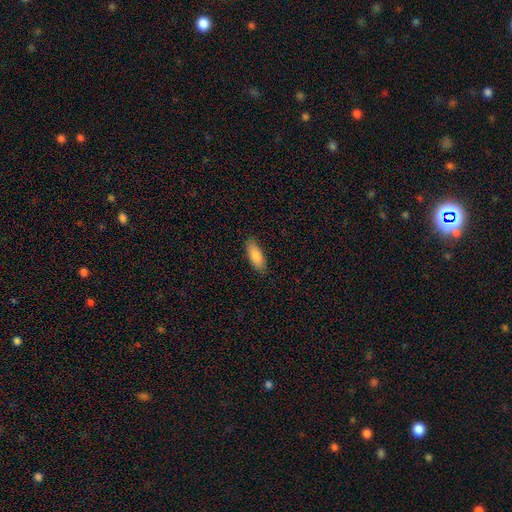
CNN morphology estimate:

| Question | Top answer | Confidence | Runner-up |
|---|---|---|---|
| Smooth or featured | smooth | 87% | featured or disk (7%) |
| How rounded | in between | 75% | cigar-shaped (24%) |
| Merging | none | 87% | minor disturbance (10%) |